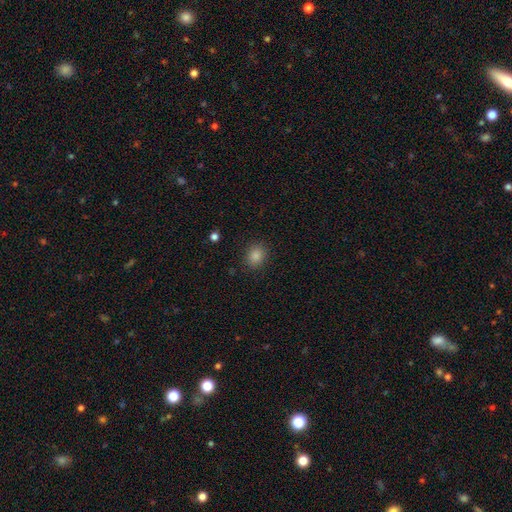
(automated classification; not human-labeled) Overall: smooth (85%). How rounded: round (56%; in between 43%). Merging: none (88%).